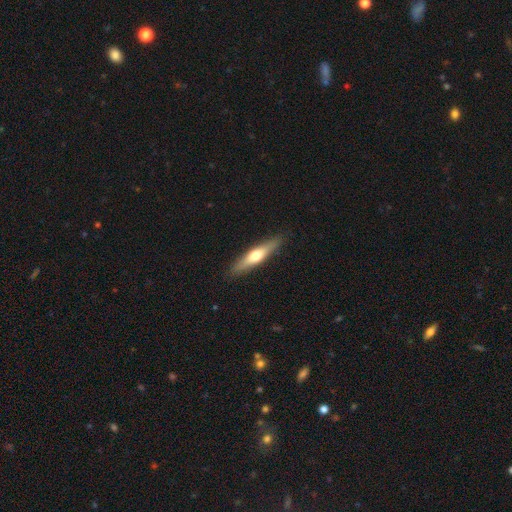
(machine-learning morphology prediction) Q: Smooth or featured?
A: featured or disk (48%); runner-up: smooth (47%)
Q: Merging?
A: none (89%); runner-up: minor disturbance (8%)